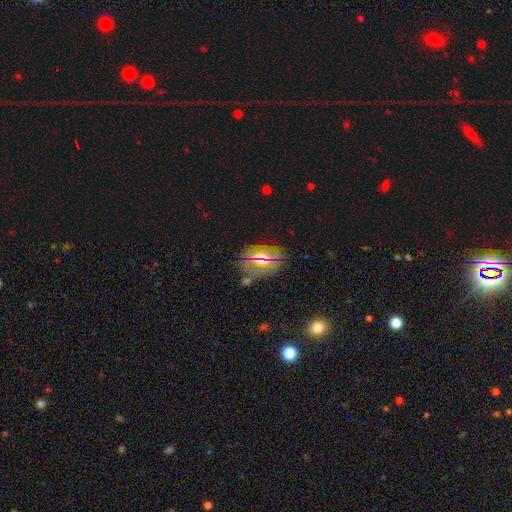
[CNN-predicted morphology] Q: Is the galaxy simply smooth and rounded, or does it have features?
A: smooth — 39%.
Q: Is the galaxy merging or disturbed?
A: none — 79%.